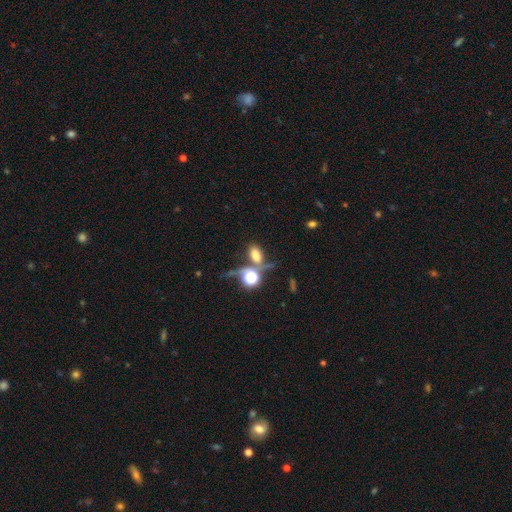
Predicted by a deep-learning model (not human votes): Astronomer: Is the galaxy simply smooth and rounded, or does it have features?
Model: smooth — 69%.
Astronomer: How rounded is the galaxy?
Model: in between — 81%.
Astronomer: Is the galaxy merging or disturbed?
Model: none — 45% (runner-up: merger, 27%).